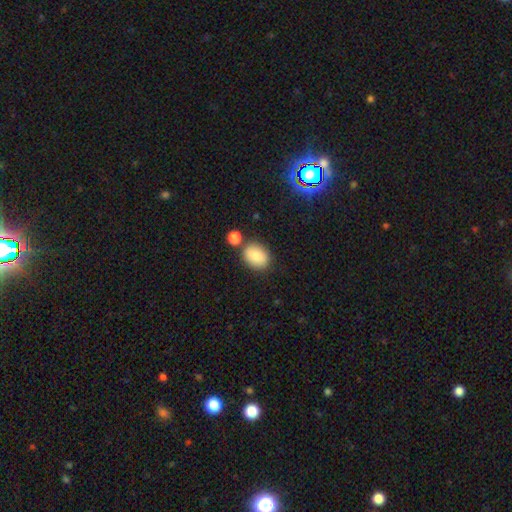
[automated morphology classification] This appears to be a smooth galaxy with no disk features (83%) that is in between round and cigar-shaped (63%). Merging: none (73%).